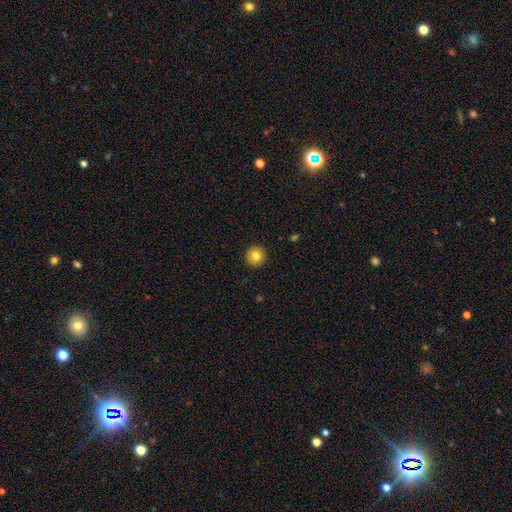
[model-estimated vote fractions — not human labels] smooth_or_featured: smooth (p=0.81) [alt: star or artifact p=0.10]
how_rounded: round (p=0.95) [alt: in between p=0.04]
merging: none (p=0.93) [alt: minor disturbance p=0.05]